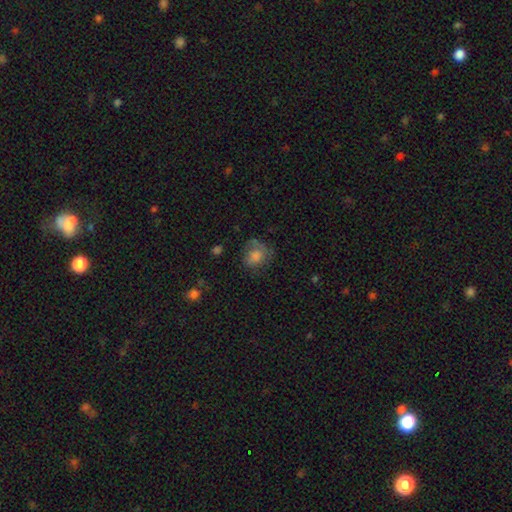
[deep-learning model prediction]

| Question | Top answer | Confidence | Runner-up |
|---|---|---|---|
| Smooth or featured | smooth | 64% | featured or disk (23%) |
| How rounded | round | 60% | in between (39%) |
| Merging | none | 55% | minor disturbance (26%) |